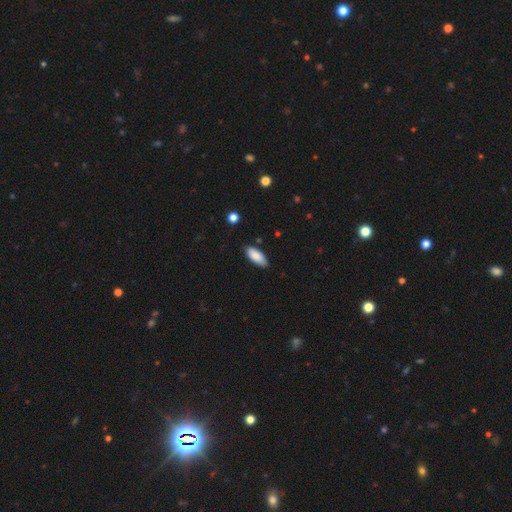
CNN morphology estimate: A smooth galaxy with no disk features (87%) that is in between round and cigar-shaped (85%).

Vote fractions:
- Smooth or featured? smooth: 87% / featured or disk: 7% / star or artifact: 6%
- How rounded? in between: 85% / cigar-shaped: 14% / round: 2%
- Merging? none: 83% / minor disturbance: 14% / major disturbance: 2% / merger: 1%